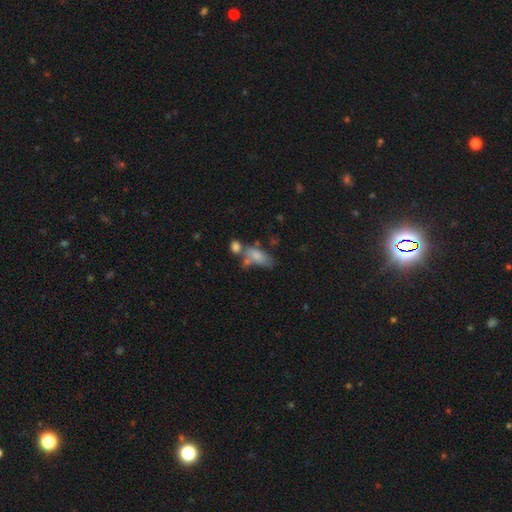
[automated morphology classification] The model was most divided on "merging": merger: 35%, none: 34%, minor disturbance: 19%, major disturbance: 12%. More confident: how rounded — in between (83%); smooth or featured — smooth (75%).